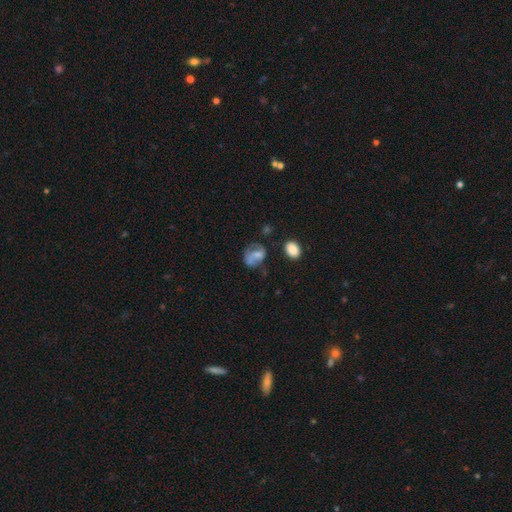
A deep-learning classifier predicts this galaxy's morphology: The model was most divided on "merging": none: 37%, minor disturbance: 26%, major disturbance: 26%, merger: 12%. More confident: how rounded — in between (58%); smooth or featured — smooth (51%).